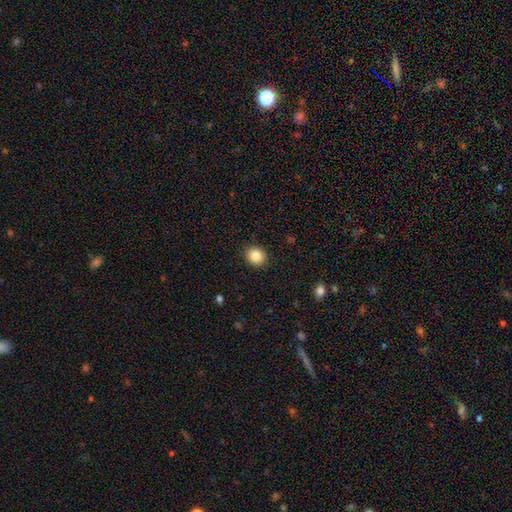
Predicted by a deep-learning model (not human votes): Morphology: type=smooth (86%); roundness=round (76%); merging=none (90%).